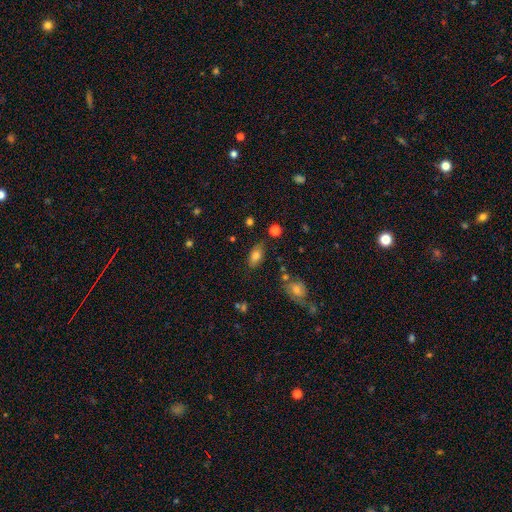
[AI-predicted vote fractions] This appears to be a smooth galaxy with no disk features (79%) that is in between round and cigar-shaped (89%). Merging: none (80%).